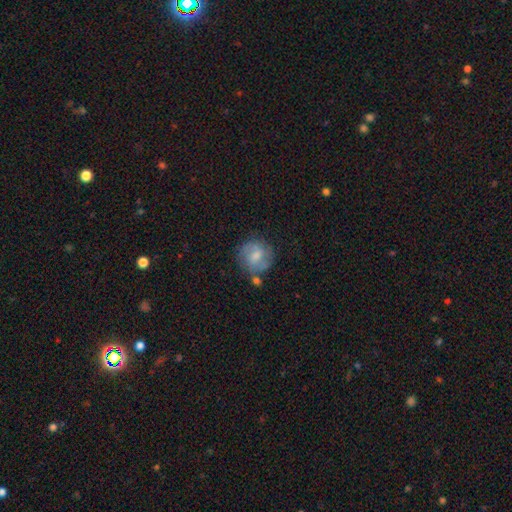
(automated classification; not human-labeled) A featured or disk galaxy (53%) with a weak bar (53%), spiral arms (81%) and a moderate central bulge (43%).

Vote fractions:
- Smooth or featured? featured or disk: 53% / smooth: 40% / star or artifact: 7%
- Edge-on disk? no: 97% / yes: 3%
- Bar? weak: 53% / no: 35% / strong: 12%
- Spiral arms? yes: 81% / no: 19%
- Bulge size? moderate: 43% / small: 39% / none: 12% / large: 5% / dominant: 1%
- Merging? none: 65% / minor disturbance: 19% / merger: 9% / major disturbance: 7%